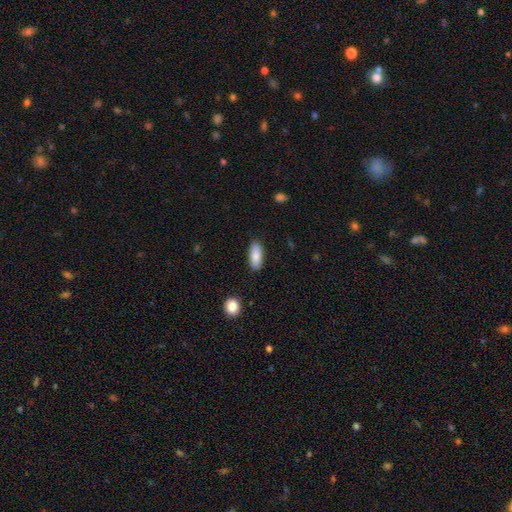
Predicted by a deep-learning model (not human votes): The model was most divided on "how rounded": in between: 78%, cigar-shaped: 20%, round: 2%. More confident: merging — none (87%); smooth or featured — smooth (86%).